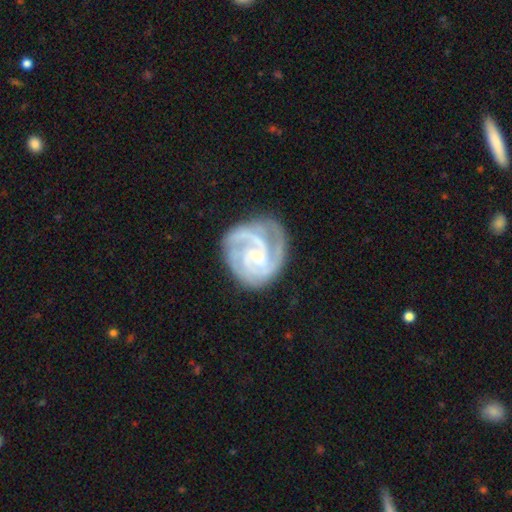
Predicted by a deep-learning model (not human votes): A featured or disk galaxy (90%) with no bar (51%), 3 (43%) tight (60%) spiral arms (98%) and a small central bulge (76%). Merging: none (70%).